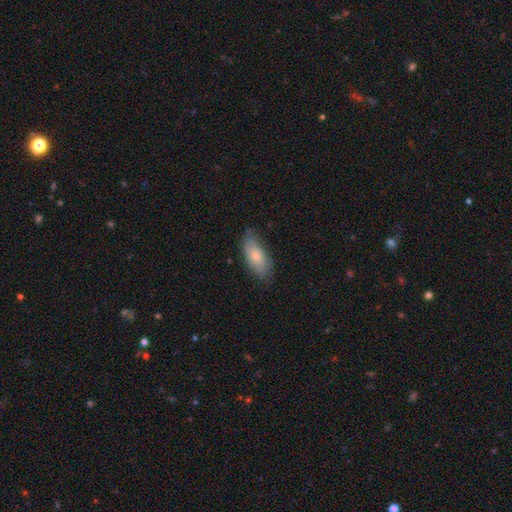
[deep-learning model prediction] Overall: smooth (73%). How rounded: in between (86%). Merging: none (73%).